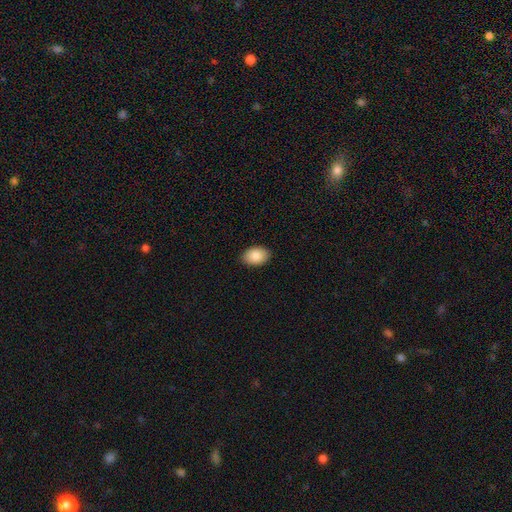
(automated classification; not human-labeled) This appears to be a smooth galaxy with no disk features (88%) that is in between round and cigar-shaped (88%). Merging: none (89%).